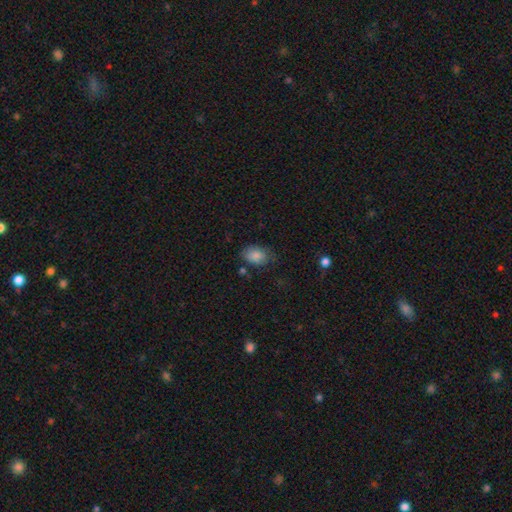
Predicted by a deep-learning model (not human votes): Smooth or featured?
  - smooth: 86% *
  - star or artifact: 8%
  - featured or disk: 6%
How rounded?
  - in between: 81% *
  - round: 18%
  - cigar-shaped: 1%
Merging?
  - none: 67% *
  - minor disturbance: 24%
  - major disturbance: 6%
  - merger: 3%